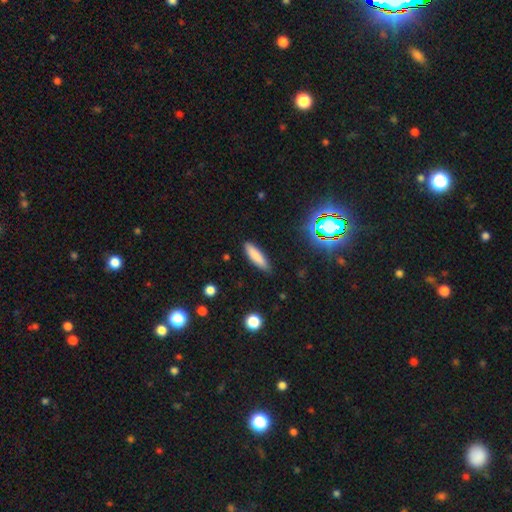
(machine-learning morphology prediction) This is clearly a smooth galaxy (82%). How rounded: likely cigar-shaped (70%). Merging: clearly none (87%).